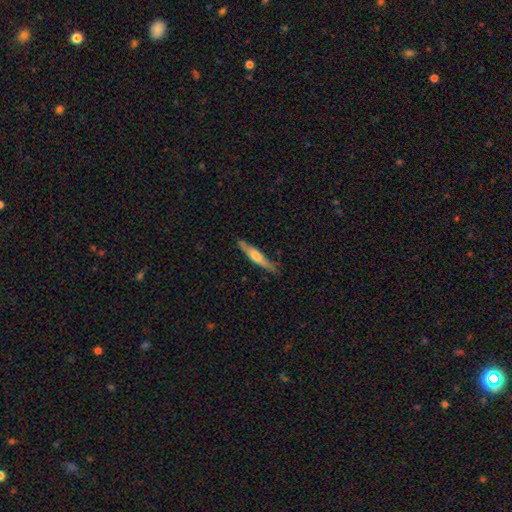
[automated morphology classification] A featured or disk galaxy (48%).

Vote fractions:
- Smooth or featured? featured or disk: 48% / smooth: 46% / star or artifact: 6%
- Merging? none: 80% / minor disturbance: 15% / major disturbance: 3% / merger: 2%